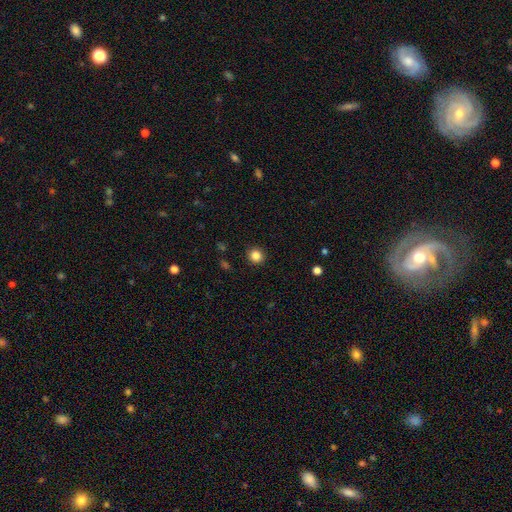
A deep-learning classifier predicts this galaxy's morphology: A smooth galaxy with no disk features (85%) that is round (90%).

Vote fractions:
- Smooth or featured? smooth: 85% / star or artifact: 11% / featured or disk: 4%
- How rounded? round: 90% / in between: 9% / cigar-shaped: 1%
- Merging? none: 92% / minor disturbance: 5% / major disturbance: 2% / merger: 1%